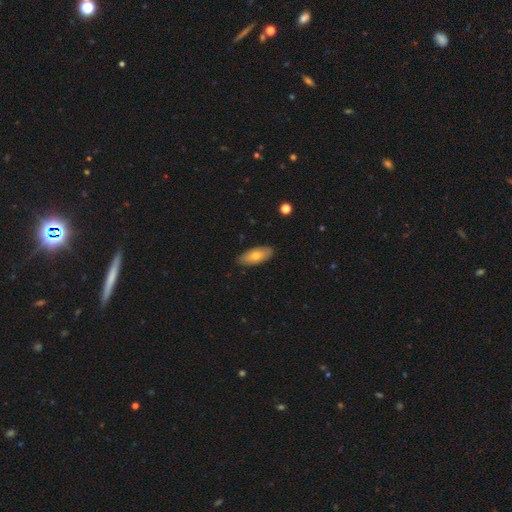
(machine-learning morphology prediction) Overall: smooth (66%; featured or disk 28%). How rounded: in between (86%). Merging: none (87%).